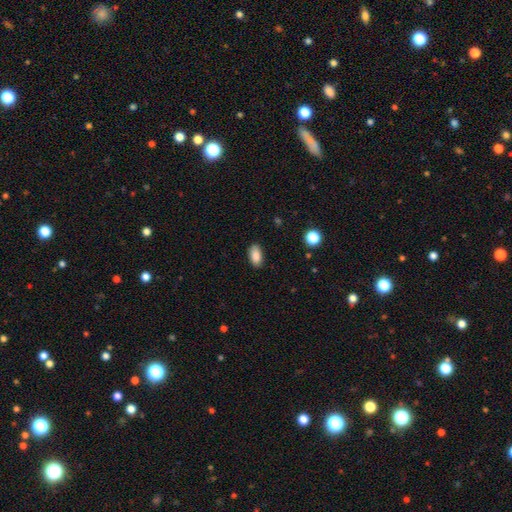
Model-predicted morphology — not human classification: Smooth or featured: smooth — 87% (star or artifact — 8%)
How rounded: in between — 92% (round — 4%)
Merging: none — 85% (minor disturbance — 12%)